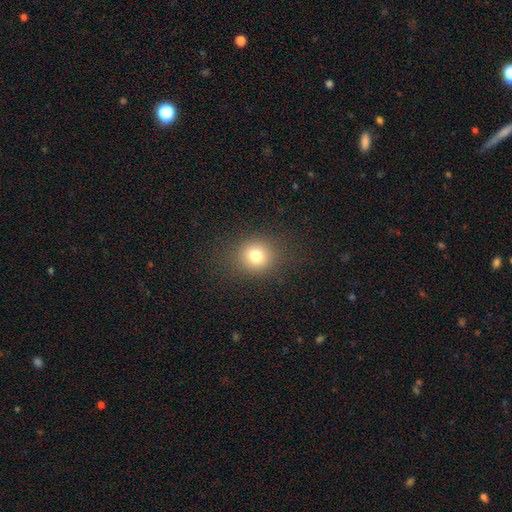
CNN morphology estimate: smooth 77%, star or artifact 14%, featured or disk 9%. Down the decision tree: how rounded — round (80%); merging — none (86%).